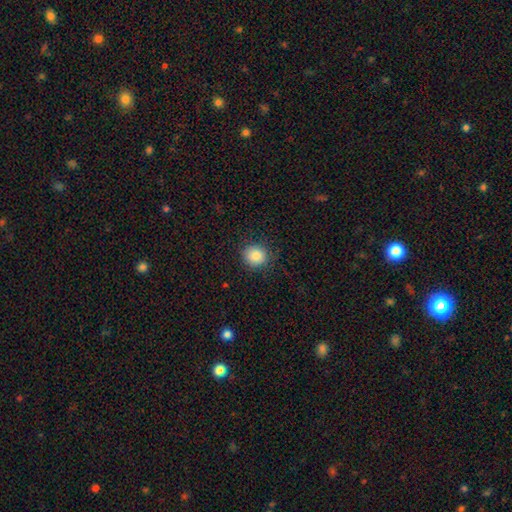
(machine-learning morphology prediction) type=smooth (85%); roundness=round (90%); merging=none (87%).